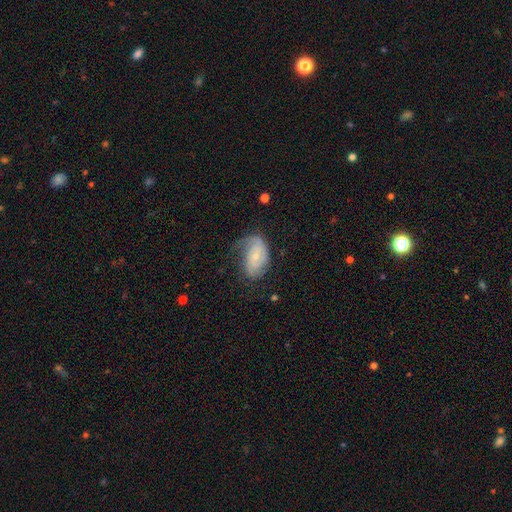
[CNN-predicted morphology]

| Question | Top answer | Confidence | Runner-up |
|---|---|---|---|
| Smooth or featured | featured or disk | 63% | smooth (30%) |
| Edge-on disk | no | 96% | yes (4%) |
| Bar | no | 64% | weak (30%) |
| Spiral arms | yes | 85% | no (15%) |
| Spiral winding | tight | 42% | medium (36%) |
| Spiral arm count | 2 | 37% | can't tell (28%) |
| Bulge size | small | 68% | moderate (25%) |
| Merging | none | 42% | minor disturbance (31%) |